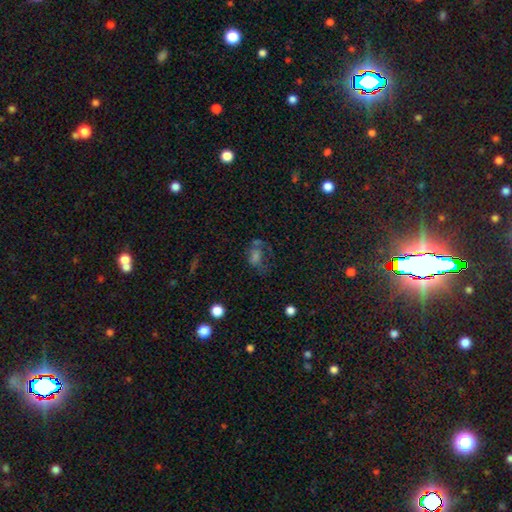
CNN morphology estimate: type=smooth (39%); merging=none (44%).